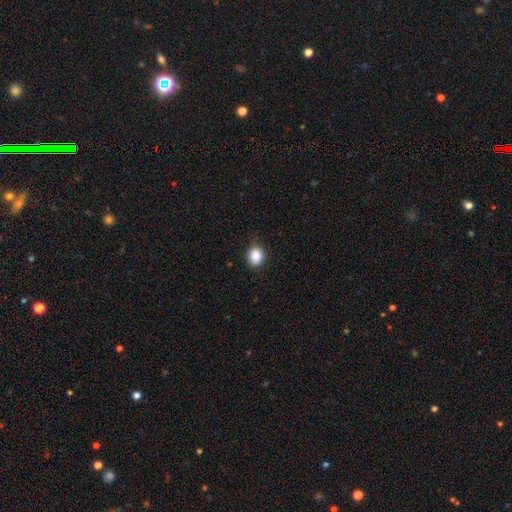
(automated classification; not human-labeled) Q: Smooth or featured?
A: smooth (88%); runner-up: star or artifact (9%)
Q: How rounded?
A: round (72%); runner-up: in between (28%)
Q: Merging?
A: none (82%); runner-up: minor disturbance (14%)